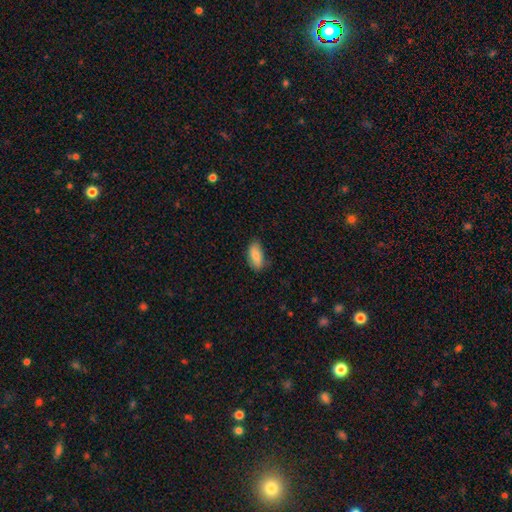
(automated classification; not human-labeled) Smooth or featured? smooth (84%)
How rounded? in between (89%)
Merging? none (75%)